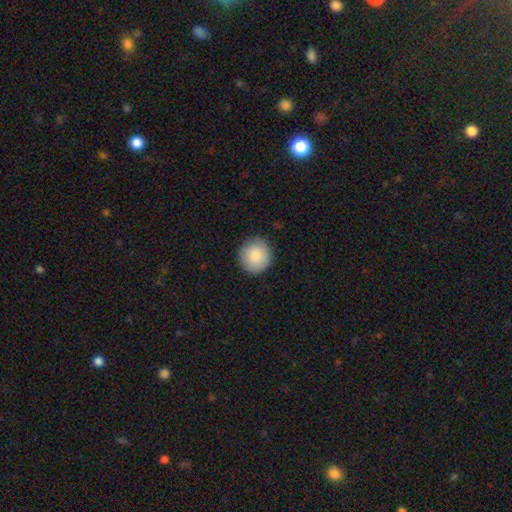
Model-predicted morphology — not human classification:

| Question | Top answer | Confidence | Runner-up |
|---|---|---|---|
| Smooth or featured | smooth | 85% | featured or disk (8%) |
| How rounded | round | 94% | in between (5%) |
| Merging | none | 87% | minor disturbance (10%) |